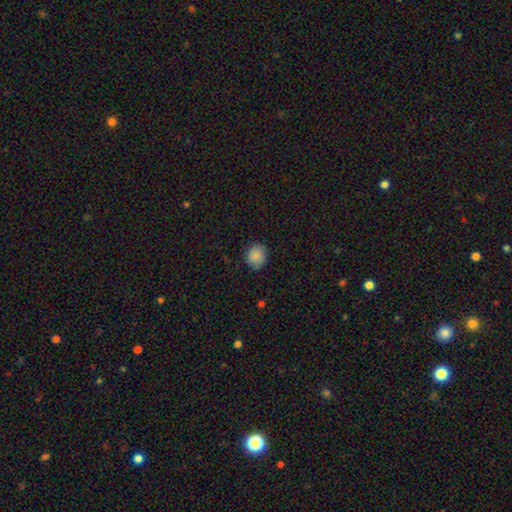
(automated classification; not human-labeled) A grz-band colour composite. It shows a smooth galaxy with no disk features (85%) that is round (72%). Merging: none (80%).